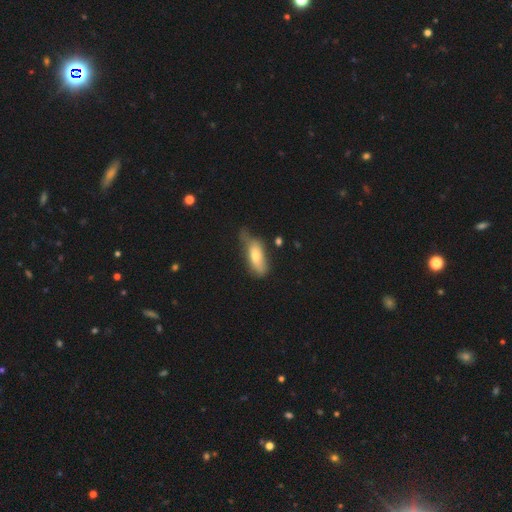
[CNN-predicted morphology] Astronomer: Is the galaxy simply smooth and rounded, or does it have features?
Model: smooth — 66%.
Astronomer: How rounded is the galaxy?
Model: in between — 71%.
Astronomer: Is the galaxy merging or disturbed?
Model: none — 41% (runner-up: minor disturbance, 38%).